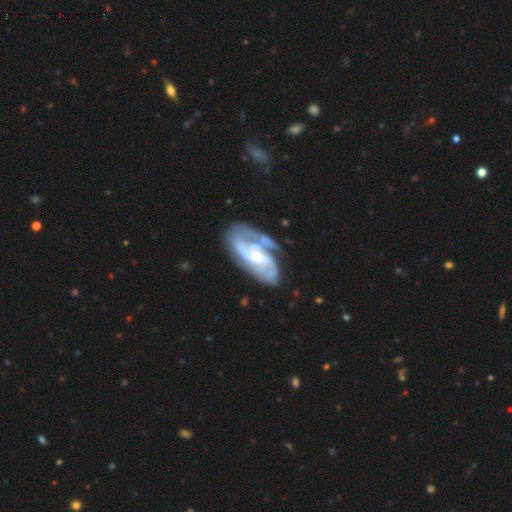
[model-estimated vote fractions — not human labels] Smooth or featured? featured or disk (84%)
Edge-on disk? no (96%)
Bar? no (45%)
Spiral arms? yes (94%)
Spiral winding? medium (48%)
Spiral arm count? 2 (66%)
Bulge size? small (44%)
Merging? none (55%)